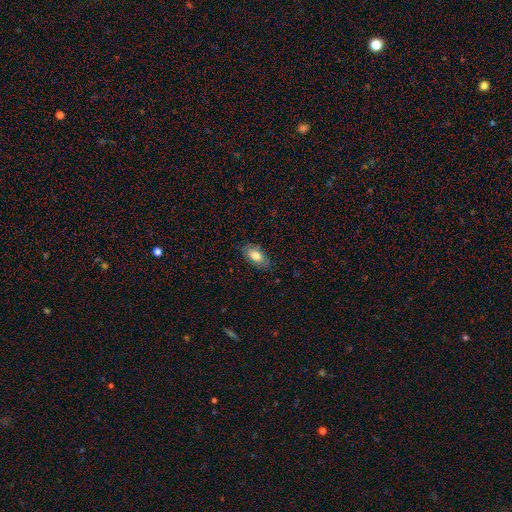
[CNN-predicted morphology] Smooth or featured? smooth (78%)
How rounded? in between (92%)
Merging? none (82%)